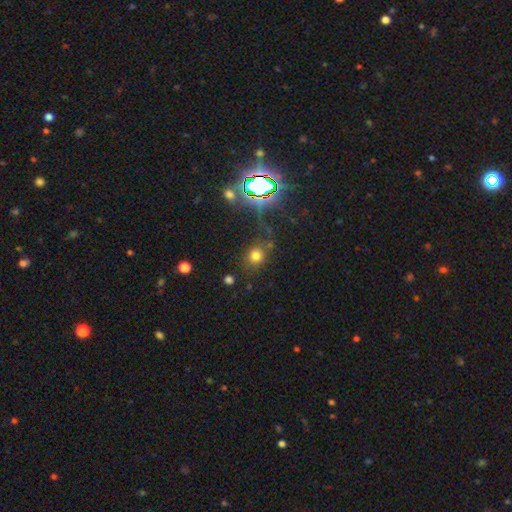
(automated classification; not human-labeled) The model was most divided on "smooth or featured": smooth: 68%, star or artifact: 24%, featured or disk: 8%. More confident: how rounded — round (80%); merging — none (75%).